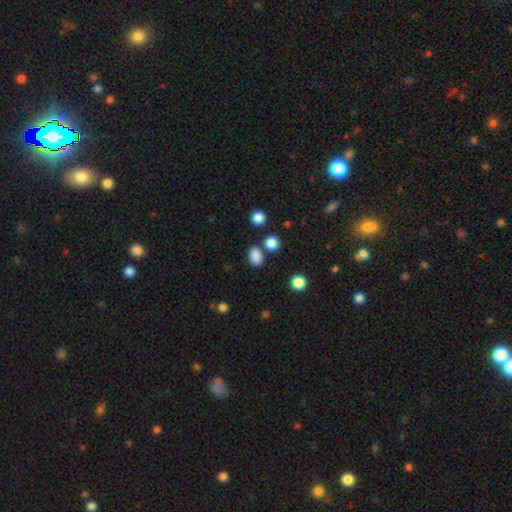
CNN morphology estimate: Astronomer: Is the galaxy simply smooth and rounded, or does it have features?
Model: smooth — 85%.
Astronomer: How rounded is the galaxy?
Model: in between — 71%.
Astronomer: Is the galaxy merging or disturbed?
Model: none — 75%.